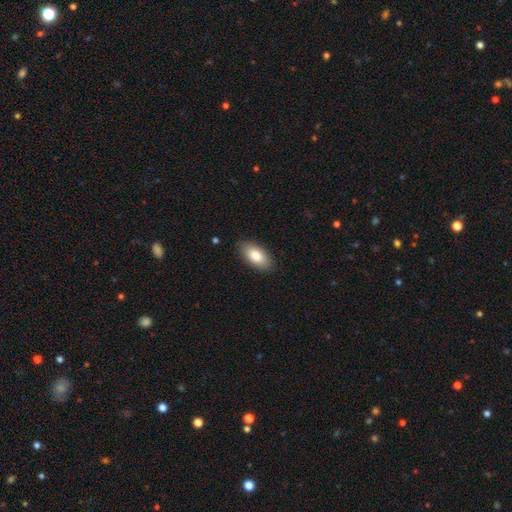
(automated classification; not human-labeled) A smooth galaxy with no disk features (82%) that is in between round and cigar-shaped (93%). Merging: none (88%).